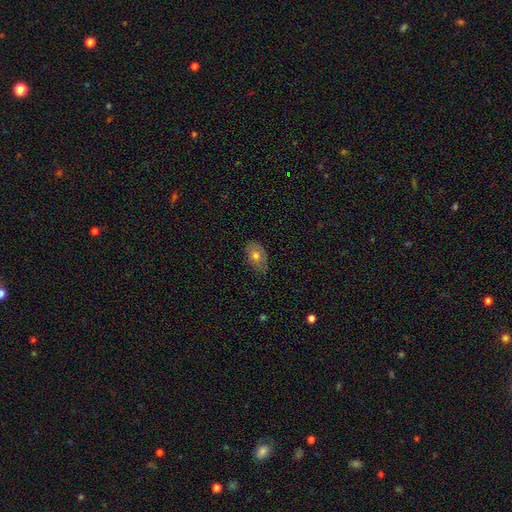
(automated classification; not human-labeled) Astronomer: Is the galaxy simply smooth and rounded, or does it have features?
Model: smooth — 70%.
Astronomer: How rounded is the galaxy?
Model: in between — 89%.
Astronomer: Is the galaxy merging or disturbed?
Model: none — 73%.